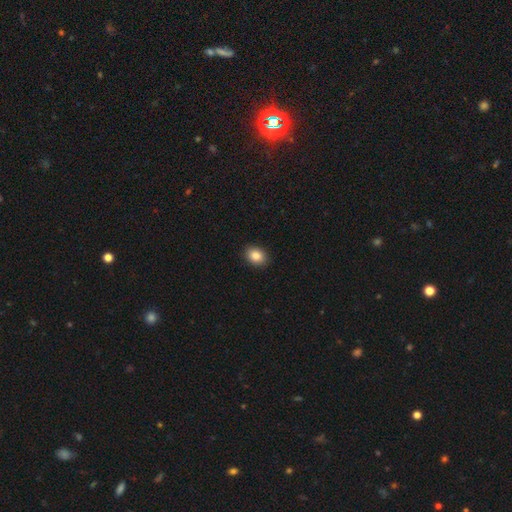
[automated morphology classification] smooth-or-featured: smooth: 87% | star or artifact: 9% | featured or disk: 5%
  how-rounded: in between: 61% | round: 38% | cigar-shaped: 1%
  merging: none: 91% | minor disturbance: 7% | major disturbance: 2% | merger: 1%